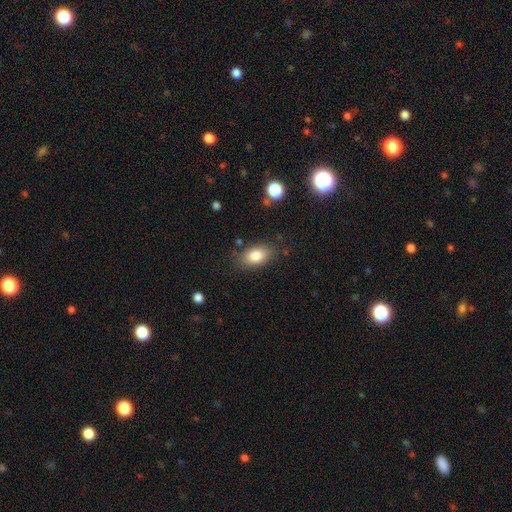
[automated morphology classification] A smooth galaxy with no disk features (81%) that is in between round and cigar-shaped (88%).

Vote fractions:
- Smooth or featured? smooth: 81% / featured or disk: 11% / star or artifact: 8%
- How rounded? in between: 88% / round: 9% / cigar-shaped: 3%
- Merging? none: 80% / minor disturbance: 14% / major disturbance: 4% / merger: 2%